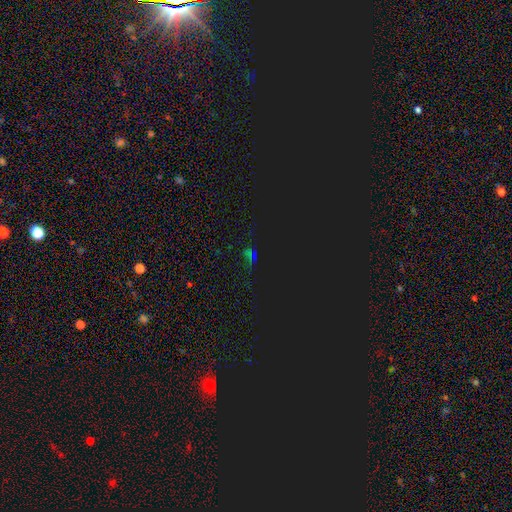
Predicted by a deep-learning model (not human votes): Smooth or featured? Predicted: star or artifact (p=0.78).